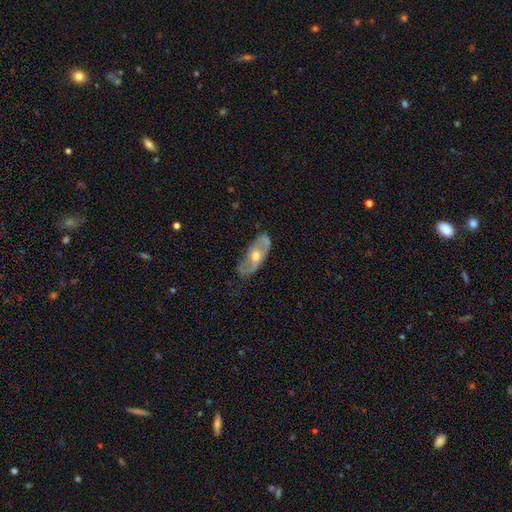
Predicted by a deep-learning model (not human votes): Smooth or featured? Predicted: featured or disk (p=0.63). Edge-on disk? Predicted: no (p=0.80). Bar? Predicted: no (p=0.77). Spiral arms? Predicted: no (p=0.55). Bulge size? Predicted: moderate (p=0.74). Merging? Predicted: none (p=0.70).